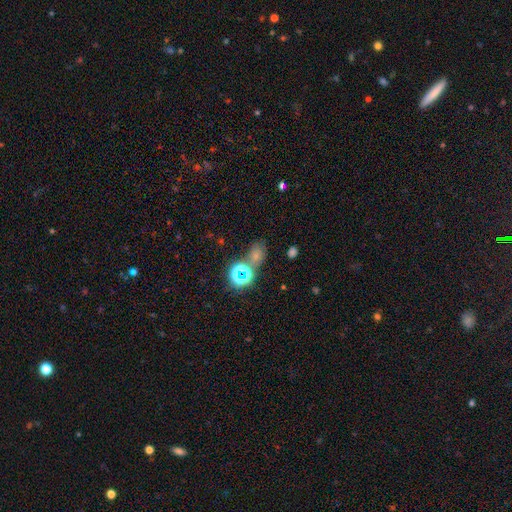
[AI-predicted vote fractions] Q: Smooth or featured?
A: smooth (53%); runner-up: star or artifact (36%)
Q: How rounded?
A: in between (57%); runner-up: round (41%)
Q: Merging?
A: none (54%); runner-up: merger (21%)